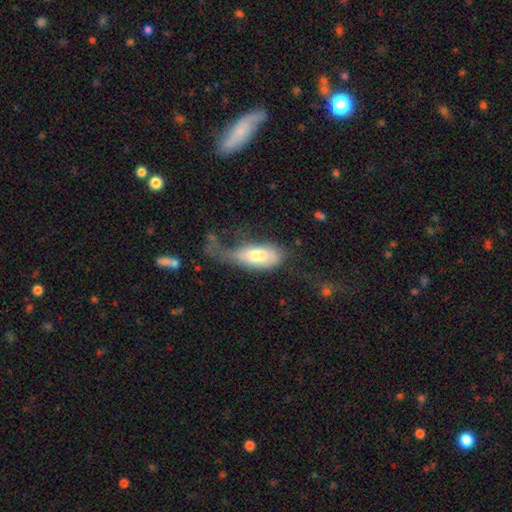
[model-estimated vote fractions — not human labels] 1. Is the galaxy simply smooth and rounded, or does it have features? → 64% smooth, 29% featured or disk, 7% star or artifact.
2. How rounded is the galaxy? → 84% in between, 13% cigar-shaped, 3% round.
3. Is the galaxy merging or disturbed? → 49% major disturbance, 24% minor disturbance, 20% none, 7% merger.